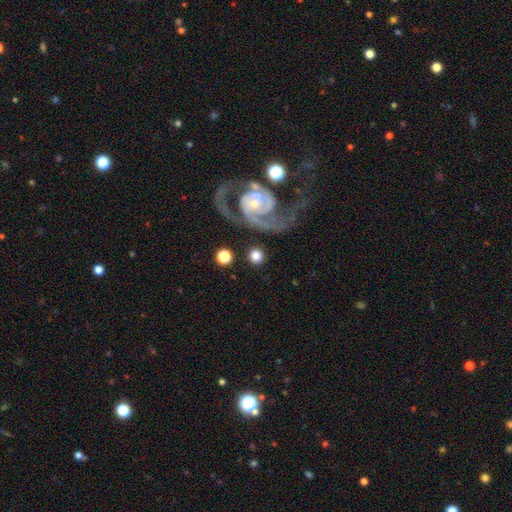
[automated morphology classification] A smooth galaxy with no disk features (63%) that is round (90%).

Vote fractions:
- Smooth or featured? smooth: 63% / featured or disk: 30% / star or artifact: 7%
- How rounded? round: 90% / in between: 9% / cigar-shaped: 1%
- Merging? none: 80% / minor disturbance: 8% / merger: 6% / major disturbance: 6%